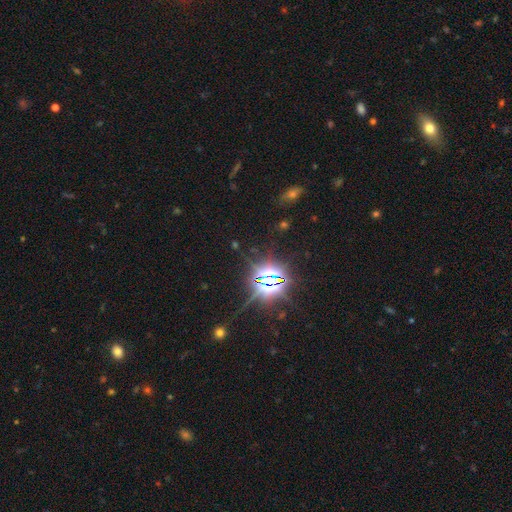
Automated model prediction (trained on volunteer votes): Overall: star or artifact (83%).